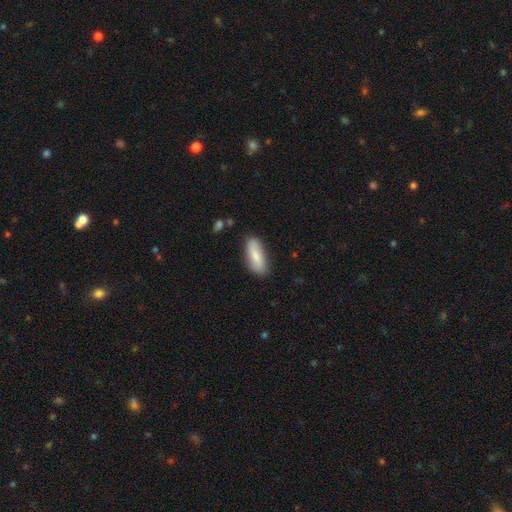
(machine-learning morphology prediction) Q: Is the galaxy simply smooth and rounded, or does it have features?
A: smooth — 76%.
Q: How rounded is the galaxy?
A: in between — 75%.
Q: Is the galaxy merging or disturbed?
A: none — 81%.